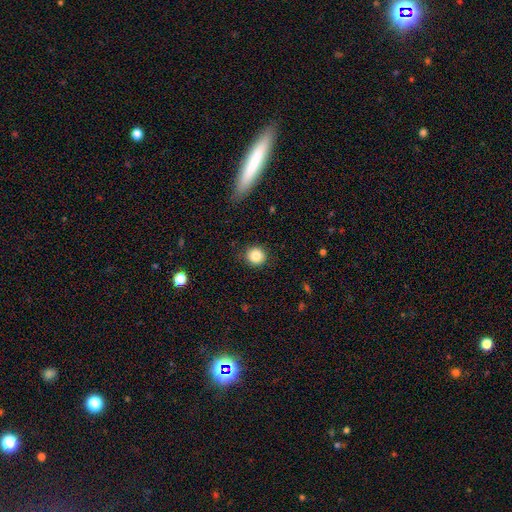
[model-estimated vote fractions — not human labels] Smooth or featured: smooth — 84% (star or artifact — 10%)
How rounded: round — 90% (in between — 9%)
Merging: none — 87% (minor disturbance — 9%)